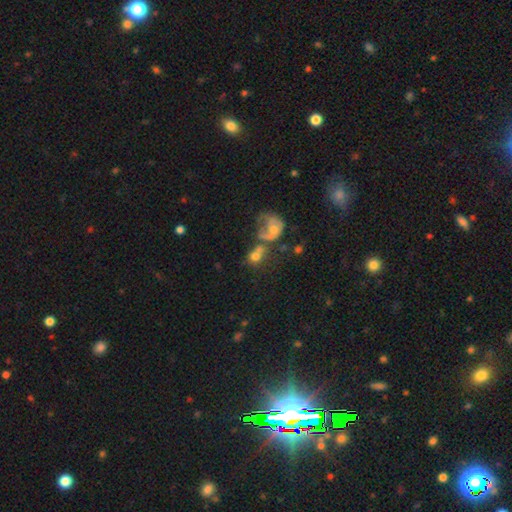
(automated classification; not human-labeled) Smooth or featured: smooth — 62% (featured or disk — 26%)
How rounded: round — 62% (in between — 36%)
Merging: merger — 46% (none — 25%)